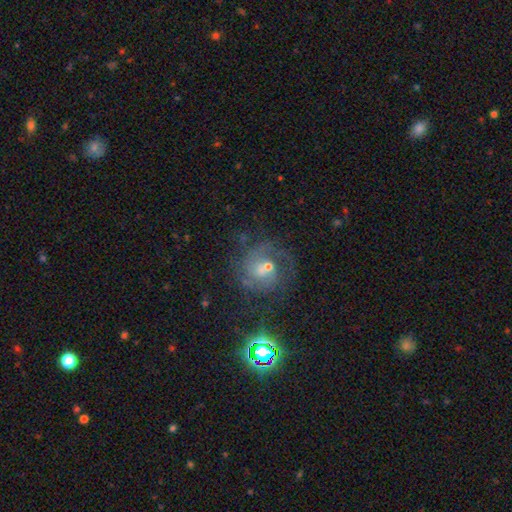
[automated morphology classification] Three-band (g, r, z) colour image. It shows a featured or disk galaxy (69%) with no bar (47%), 2 (47%) tight (47%) spiral arms (94%) and a small central bulge (50%). Merging: none (72%).